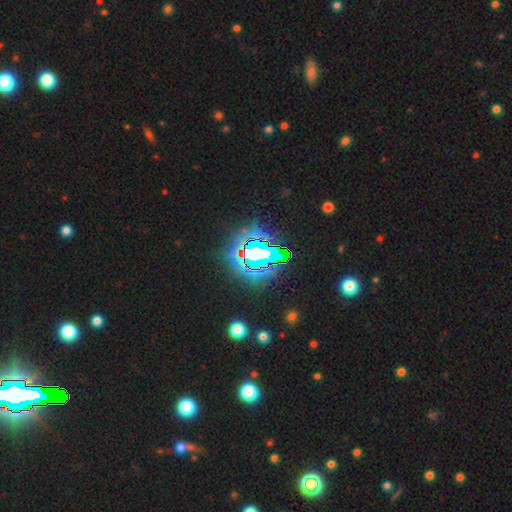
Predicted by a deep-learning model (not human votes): smooth_or_featured: star or artifact (p=0.74) [alt: smooth p=0.14]